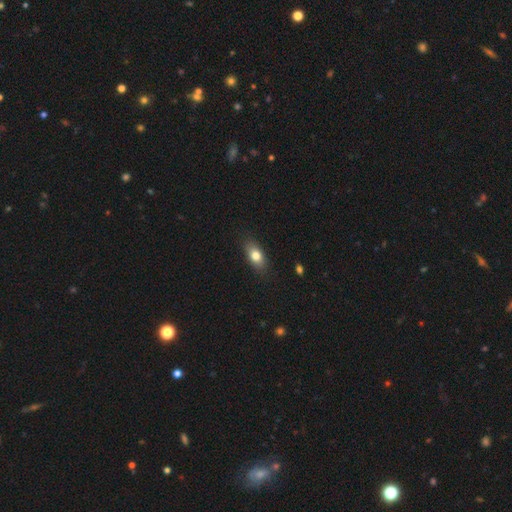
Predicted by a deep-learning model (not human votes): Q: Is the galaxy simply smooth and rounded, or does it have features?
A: smooth — 78%.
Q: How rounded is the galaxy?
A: in between — 83%.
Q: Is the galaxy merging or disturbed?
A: none — 84%.